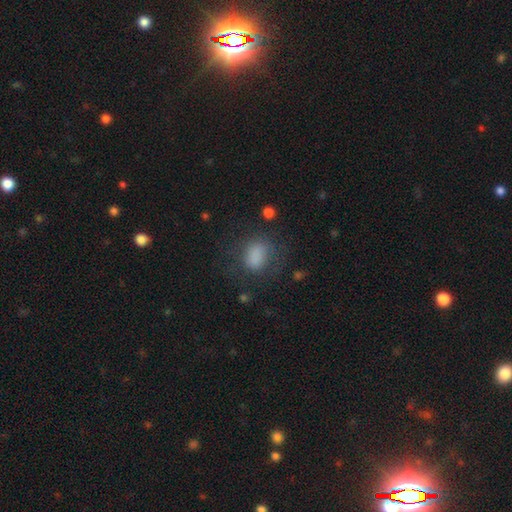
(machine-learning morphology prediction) smooth-or-featured: smooth: 77% | star or artifact: 12% | featured or disk: 11%
  how-rounded: in between: 63% | round: 35% | cigar-shaped: 2%
  merging: none: 62% | minor disturbance: 20% | major disturbance: 16% | merger: 2%